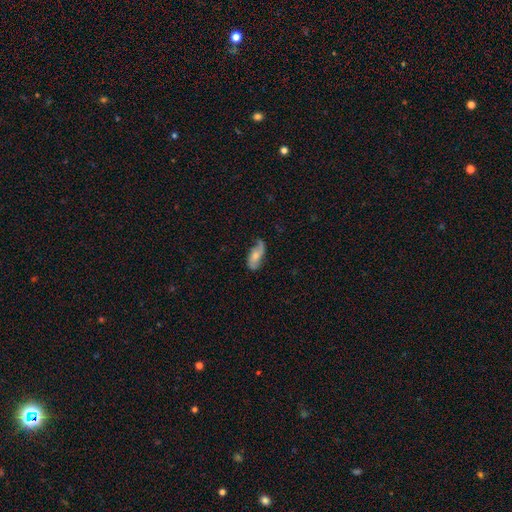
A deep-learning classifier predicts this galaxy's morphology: featured or disk 53%, smooth 40%, star or artifact 7%. Down the decision tree: edge-on disk — no (92%); merging — none (59%).